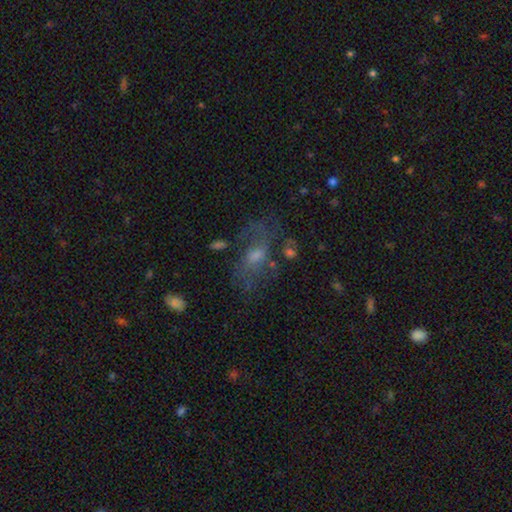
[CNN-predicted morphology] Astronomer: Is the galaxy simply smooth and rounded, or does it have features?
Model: featured or disk — 53% (runner-up: smooth, 34%).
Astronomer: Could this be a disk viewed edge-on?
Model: no — 94%.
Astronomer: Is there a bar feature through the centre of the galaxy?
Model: no — 52% (runner-up: weak, 40%).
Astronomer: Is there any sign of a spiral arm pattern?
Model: yes — 54% (runner-up: no, 46%).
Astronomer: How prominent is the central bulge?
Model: moderate — 45% (runner-up: small, 35%).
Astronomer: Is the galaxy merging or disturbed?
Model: none — 48% (runner-up: major disturbance, 27%).